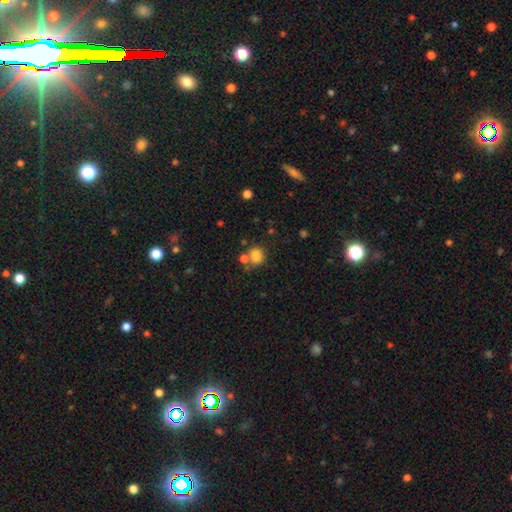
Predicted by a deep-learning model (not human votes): This is clearly a smooth galaxy (82%). How rounded: likely round (70%). Merging: possibly none (58%).